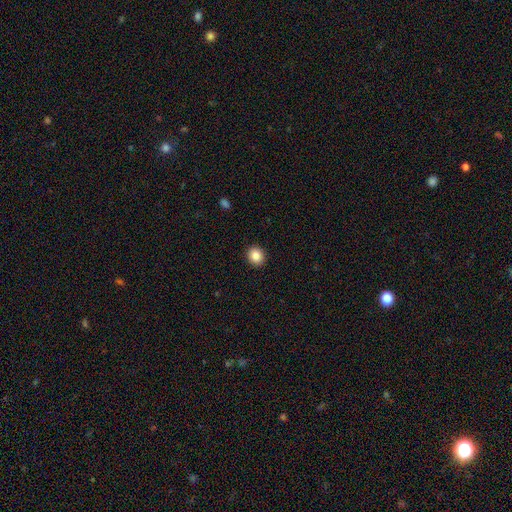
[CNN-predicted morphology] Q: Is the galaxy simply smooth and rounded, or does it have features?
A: smooth — 86%.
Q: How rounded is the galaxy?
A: round — 80%.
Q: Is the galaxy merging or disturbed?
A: none — 92%.